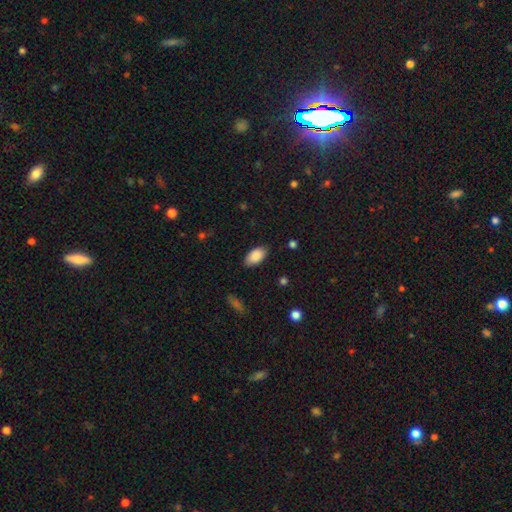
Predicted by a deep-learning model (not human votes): This is clearly a smooth galaxy (89%). How rounded: clearly in between (95%). Merging: clearly none (84%).